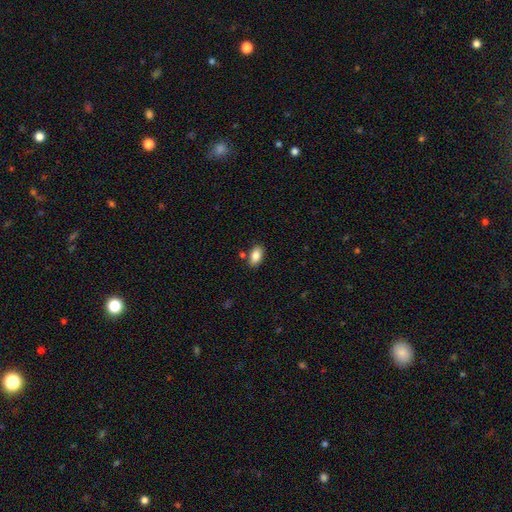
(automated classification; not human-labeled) A smooth galaxy with no disk features (85%) that is in between round and cigar-shaped (91%).

Vote fractions:
- Smooth or featured? smooth: 85% / star or artifact: 8% / featured or disk: 7%
- How rounded? in between: 91% / round: 6% / cigar-shaped: 2%
- Merging? none: 82% / minor disturbance: 11% / merger: 5% / major disturbance: 2%